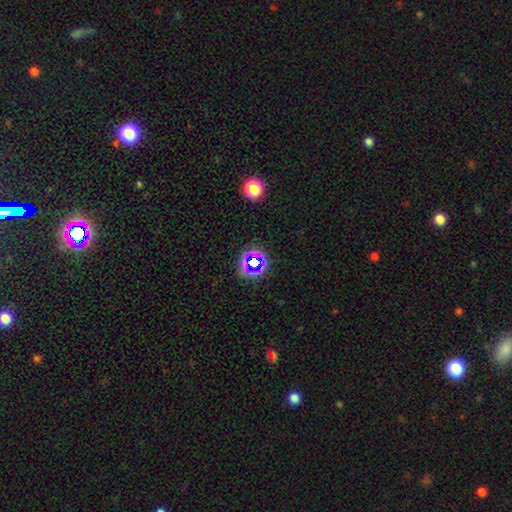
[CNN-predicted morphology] This is likely a star or artifact rather than a galaxy (63%).